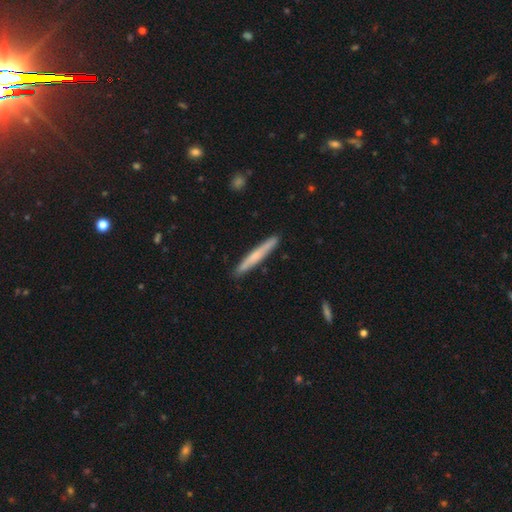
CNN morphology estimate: smooth-or-featured: smooth: 57% | featured or disk: 38% | star or artifact: 5%
  how-rounded: cigar-shaped: 96% | in between: 2% | round: 1%
  merging: none: 91% | minor disturbance: 7% | major disturbance: 1% | merger: 1%